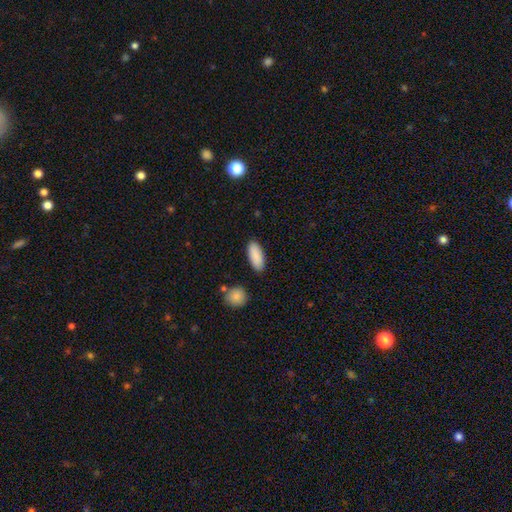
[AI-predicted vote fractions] A smooth galaxy with no disk features (89%) that is in between round and cigar-shaped (82%). Merging: none (88%).